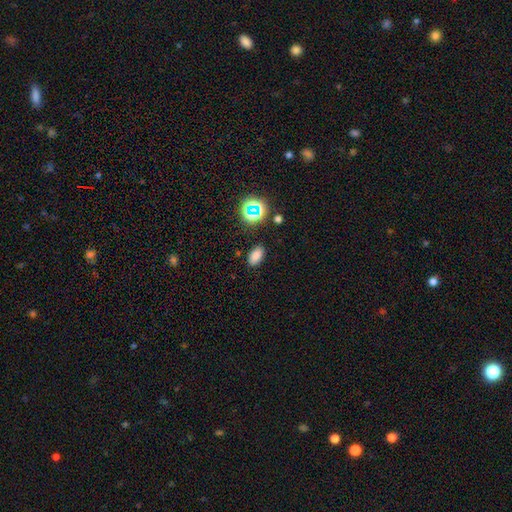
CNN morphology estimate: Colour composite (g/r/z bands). It shows a smooth galaxy with no disk features (76%) that is in between round and cigar-shaped (90%). Merging: none (87%).